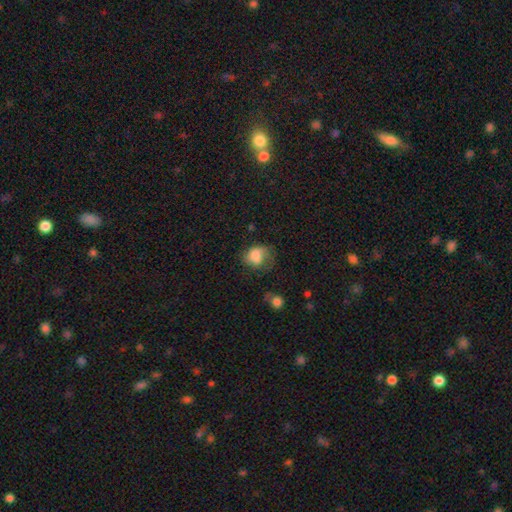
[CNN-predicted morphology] Smooth or featured: smooth — 77% (featured or disk — 13%)
How rounded: in between — 53% (round — 46%)
Merging: none — 36% (minor disturbance — 31%)